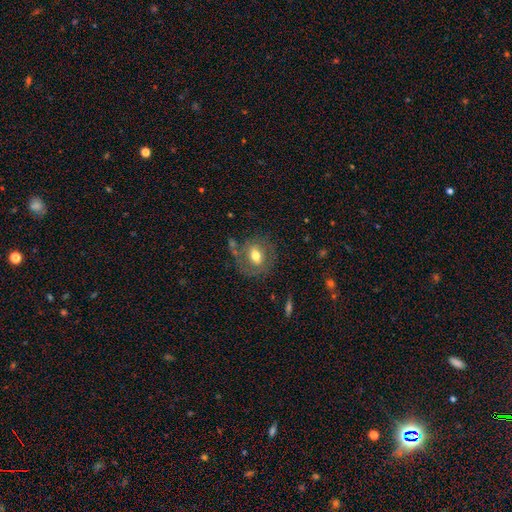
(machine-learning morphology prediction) A smooth galaxy with no disk features (55%) that is round (59%). Merging: none (66%).